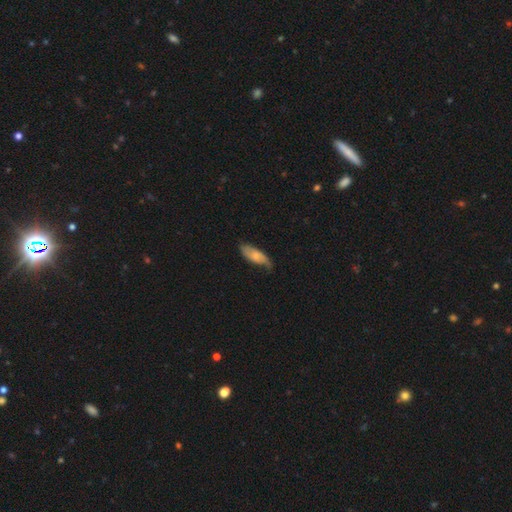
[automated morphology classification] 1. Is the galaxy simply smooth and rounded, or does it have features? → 57% smooth, 37% featured or disk, 6% star or artifact.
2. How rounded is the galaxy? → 74% in between, 24% cigar-shaped, 2% round.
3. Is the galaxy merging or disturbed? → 59% none, 31% minor disturbance, 8% major disturbance, 2% merger.